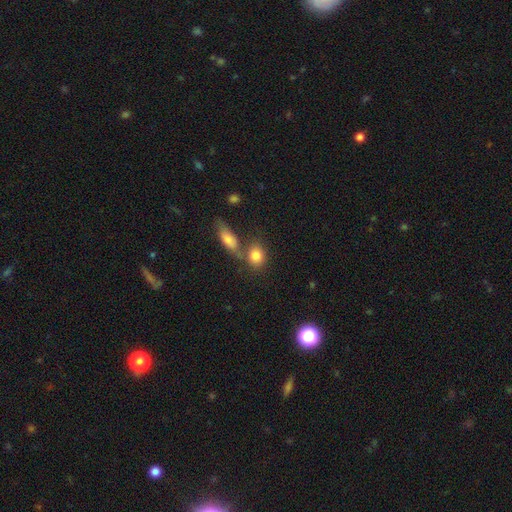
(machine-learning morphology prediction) Smooth or featured? smooth (82%)
How rounded? round (53%)
Merging? none (48%)